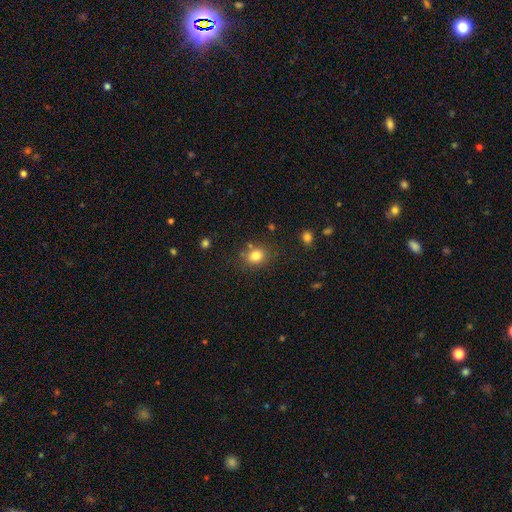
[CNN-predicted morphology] Smooth or featured: smooth — 81% (star or artifact — 12%)
How rounded: round — 66% (in between — 33%)
Merging: none — 77% (minor disturbance — 13%)